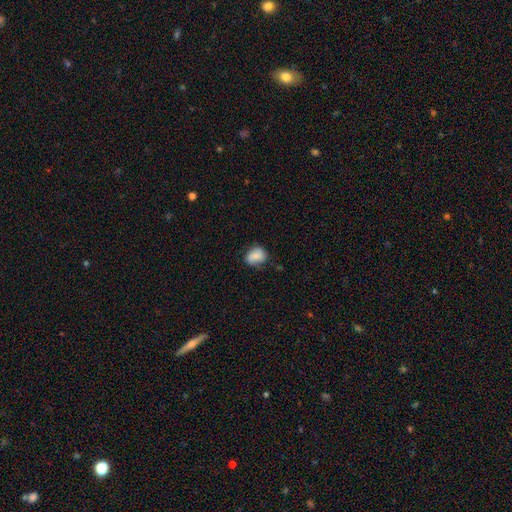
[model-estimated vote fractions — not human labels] This is likely a smooth galaxy (69%). How rounded: possibly round (55%). Merging: likely none (65%).